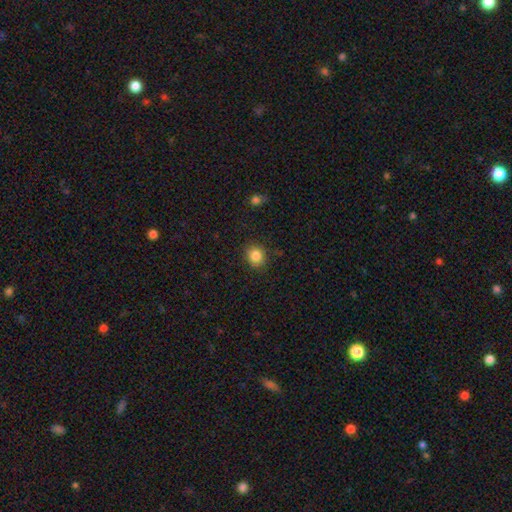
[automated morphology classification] A smooth galaxy with no disk features (85%) that is round (80%).

Vote fractions:
- Smooth or featured? smooth: 85% / star or artifact: 10% / featured or disk: 5%
- How rounded? round: 80% / in between: 19% / cigar-shaped: 1%
- Merging? none: 85% / minor disturbance: 11% / major disturbance: 3% / merger: 1%